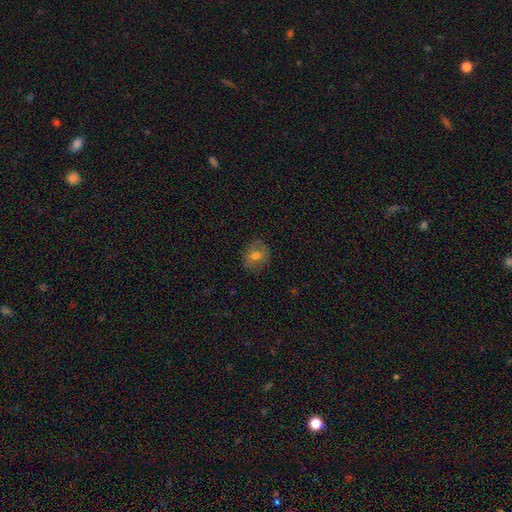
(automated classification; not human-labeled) Smooth or featured: smooth — 67% (featured or disk — 22%)
How rounded: round — 64% (in between — 35%)
Merging: none — 81% (minor disturbance — 14%)